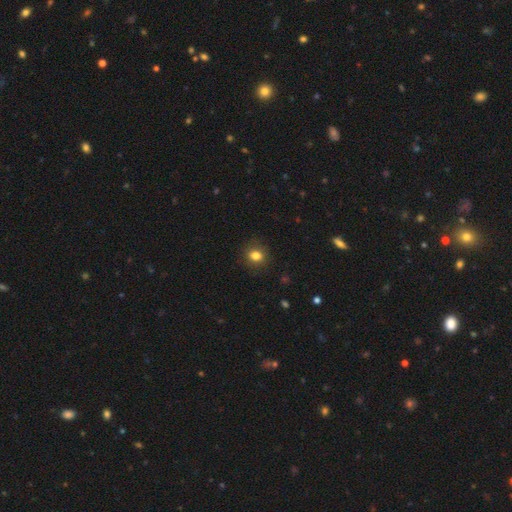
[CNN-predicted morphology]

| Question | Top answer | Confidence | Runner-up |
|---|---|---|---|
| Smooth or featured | smooth | 82% | star or artifact (11%) |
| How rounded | round | 65% | in between (34%) |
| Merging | none | 86% | minor disturbance (10%) |